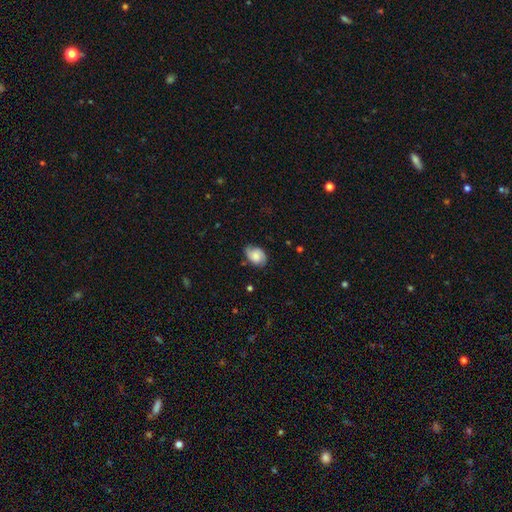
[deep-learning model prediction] Smooth or featured: smooth — 55% (featured or disk — 36%)
How rounded: in between — 77% (round — 22%)
Merging: none — 69% (minor disturbance — 24%)